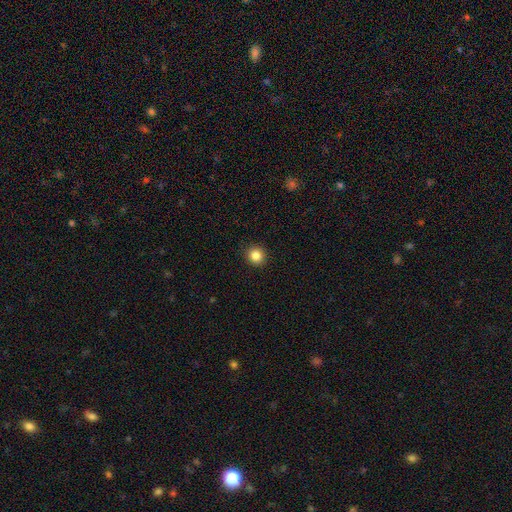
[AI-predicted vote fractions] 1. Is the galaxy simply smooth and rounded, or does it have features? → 85% smooth, 11% star or artifact, 4% featured or disk.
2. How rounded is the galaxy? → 91% round, 8% in between, 1% cigar-shaped.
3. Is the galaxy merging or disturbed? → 92% none, 5% minor disturbance, 2% major disturbance, 1% merger.